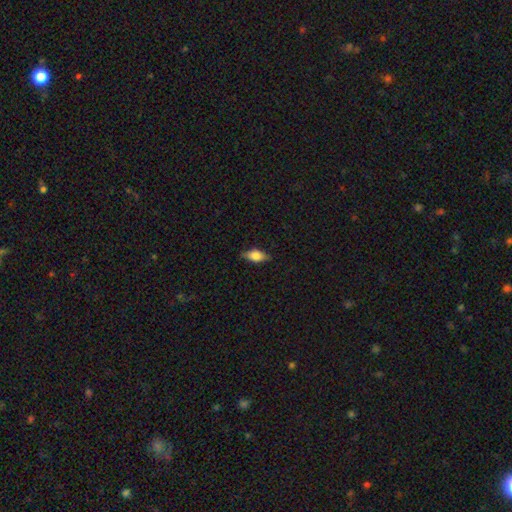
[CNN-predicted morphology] type=smooth (63%); roundness=in between (80%); merging=none (82%).